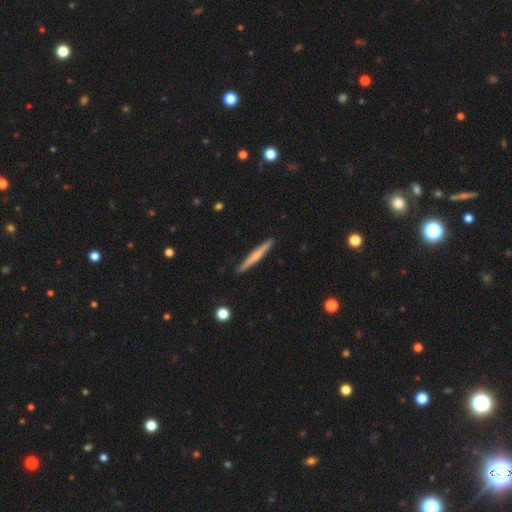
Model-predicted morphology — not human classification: Q: Smooth or featured?
A: smooth (48%); runner-up: featured or disk (47%)
Q: Merging?
A: none (91%); runner-up: minor disturbance (6%)